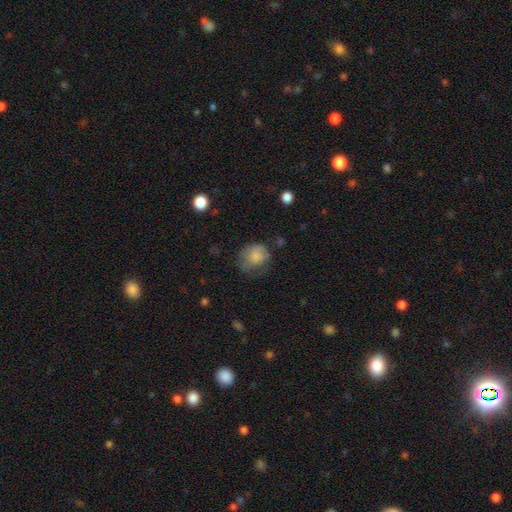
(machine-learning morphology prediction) Smooth or featured? Predicted: smooth (p=0.78). How rounded? Predicted: round (p=0.63). Merging? Predicted: none (p=0.46).